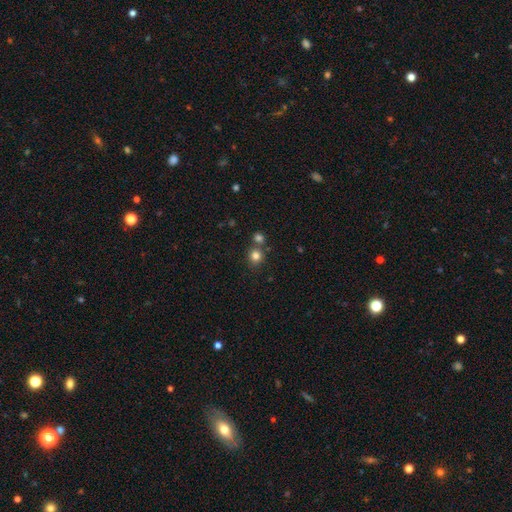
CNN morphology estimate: The model was most divided on "merging": none: 67%, merger: 22%, minor disturbance: 8%, major disturbance: 3%. More confident: how rounded — round (86%); smooth or featured — smooth (81%).